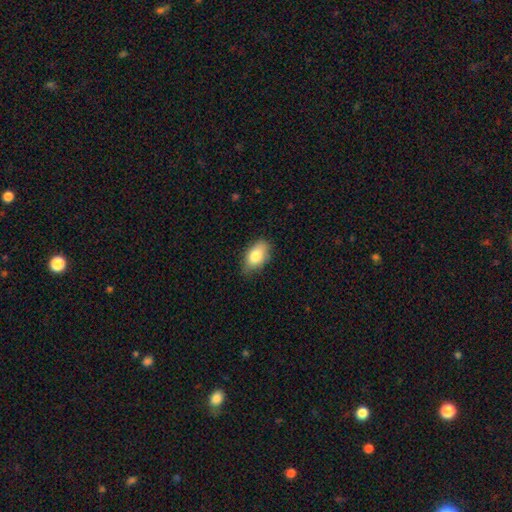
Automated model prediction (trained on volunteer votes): Smooth or featured? smooth (82%)
How rounded? in between (91%)
Merging? none (76%)